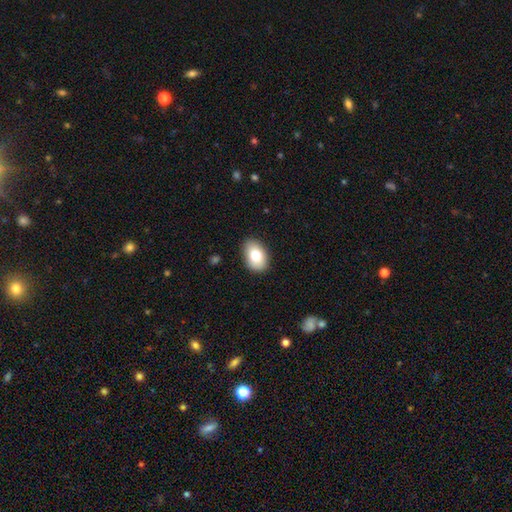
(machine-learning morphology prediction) A smooth galaxy with no disk features (78%) that is in between round and cigar-shaped (84%).

Vote fractions:
- Smooth or featured? smooth: 78% / featured or disk: 15% / star or artifact: 8%
- How rounded? in between: 84% / round: 15% / cigar-shaped: 1%
- Merging? none: 87% / minor disturbance: 10% / major disturbance: 2% / merger: 1%